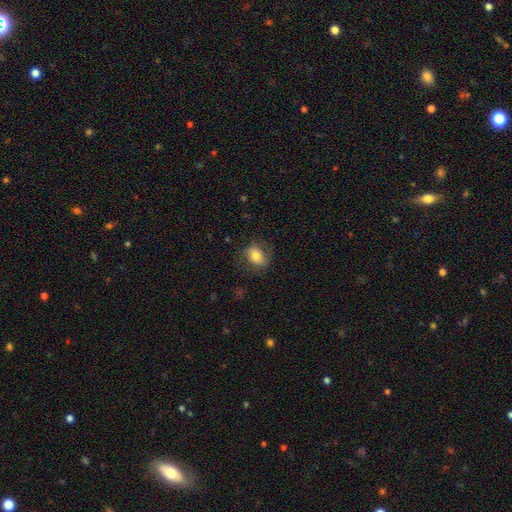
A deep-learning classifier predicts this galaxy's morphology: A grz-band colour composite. It shows a smooth galaxy with no disk features (69%) that is in between round and cigar-shaped (64%). Merging: none (72%).